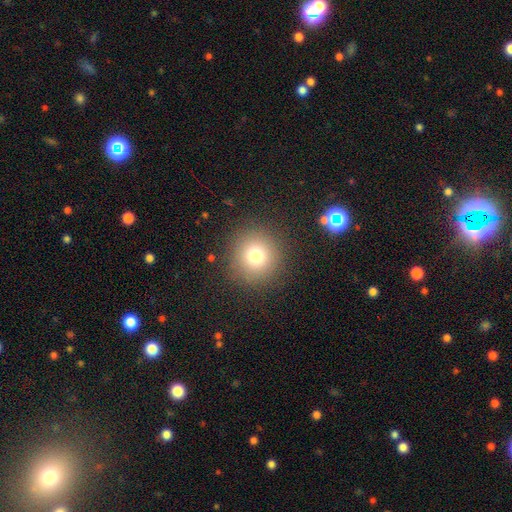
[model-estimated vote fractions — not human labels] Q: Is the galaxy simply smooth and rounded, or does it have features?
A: smooth — 75%.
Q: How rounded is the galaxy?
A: round — 94%.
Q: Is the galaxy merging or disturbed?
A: none — 88%.